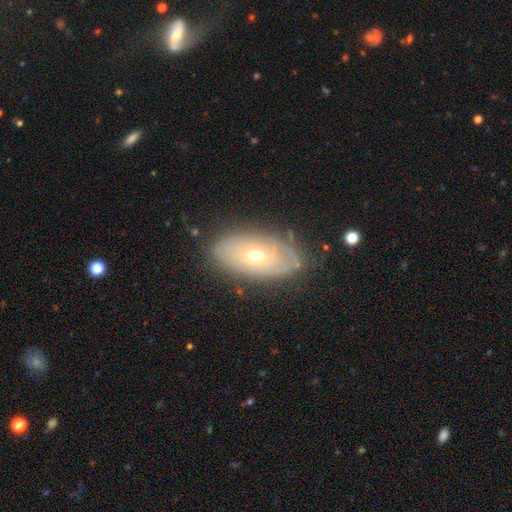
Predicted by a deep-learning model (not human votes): A featured or disk galaxy (53%). Merging: none (72%).